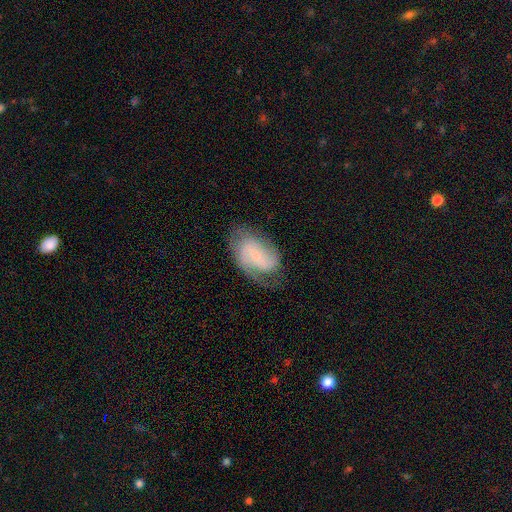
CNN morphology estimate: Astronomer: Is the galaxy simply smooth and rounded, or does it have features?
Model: featured or disk — 70%.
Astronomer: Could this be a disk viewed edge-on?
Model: no — 97%.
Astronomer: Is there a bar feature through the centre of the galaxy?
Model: no — 45% (runner-up: weak, 43%).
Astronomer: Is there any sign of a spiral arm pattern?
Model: yes — 91%.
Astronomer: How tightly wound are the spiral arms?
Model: medium — 43% (runner-up: tight, 31%).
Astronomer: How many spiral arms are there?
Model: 2 — 60%.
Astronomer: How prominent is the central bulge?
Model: small — 67%.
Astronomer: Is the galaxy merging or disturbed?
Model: none — 61%.